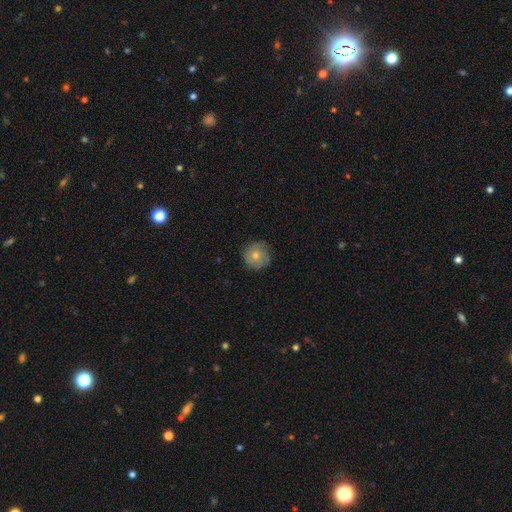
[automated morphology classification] Smooth or featured? Predicted: smooth (p=0.61). How rounded? Predicted: round (p=0.93). Merging? Predicted: none (p=0.80).